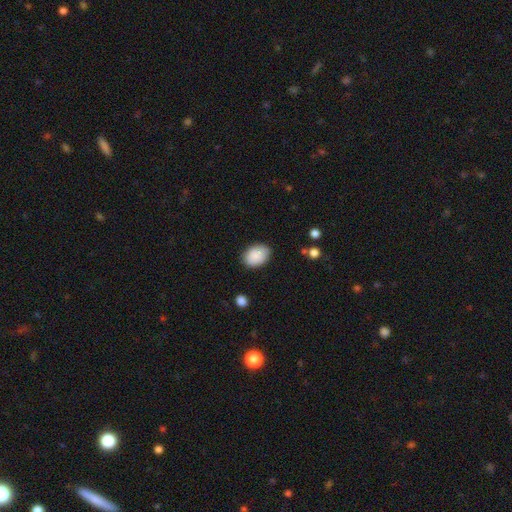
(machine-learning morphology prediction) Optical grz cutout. It shows a smooth galaxy with no disk features (89%) that is in between round and cigar-shaped (82%). Merging: none (83%).